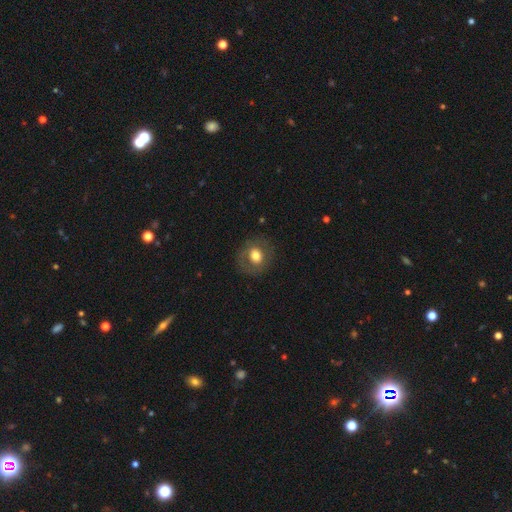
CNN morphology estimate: Smooth or featured? Predicted: smooth (p=0.67). How rounded? Predicted: round (p=0.73). Merging? Predicted: none (p=0.80).